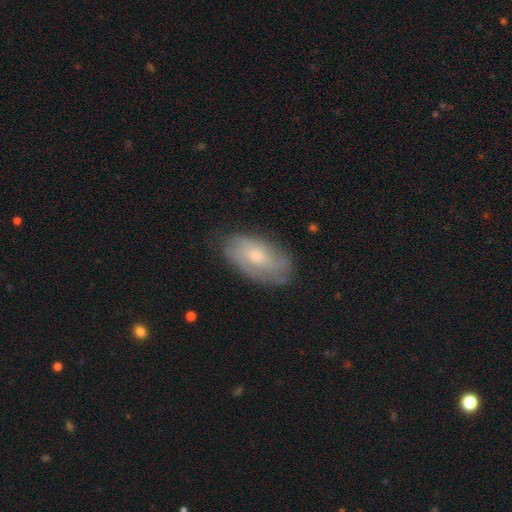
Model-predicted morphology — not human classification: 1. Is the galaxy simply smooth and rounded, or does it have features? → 53% featured or disk, 40% smooth, 7% star or artifact.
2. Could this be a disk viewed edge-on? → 92% no, 8% yes.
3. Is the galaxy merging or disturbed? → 72% none, 21% minor disturbance, 6% major disturbance, 1% merger.